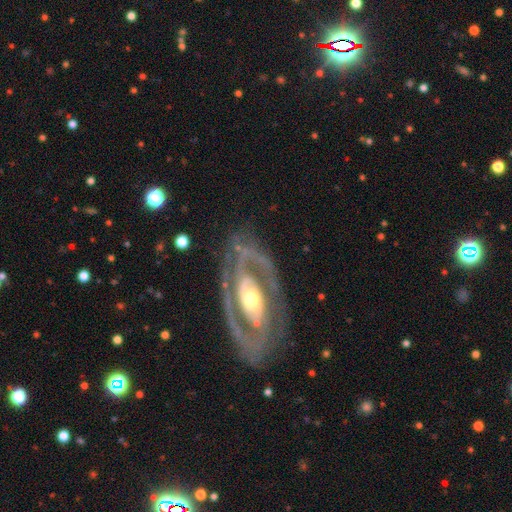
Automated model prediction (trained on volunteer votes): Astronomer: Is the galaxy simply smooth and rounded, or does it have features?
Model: featured or disk — 85%.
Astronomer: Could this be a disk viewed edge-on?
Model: no — 91%.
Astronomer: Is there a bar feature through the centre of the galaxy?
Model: no — 50% (runner-up: strong, 26%).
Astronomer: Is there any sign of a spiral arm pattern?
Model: yes — 70%.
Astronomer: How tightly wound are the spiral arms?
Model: tight — 51% (runner-up: medium, 36%).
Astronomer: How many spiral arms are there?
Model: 2 — 72%.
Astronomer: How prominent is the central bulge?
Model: moderate — 61%.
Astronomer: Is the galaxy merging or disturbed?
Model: none — 80%.